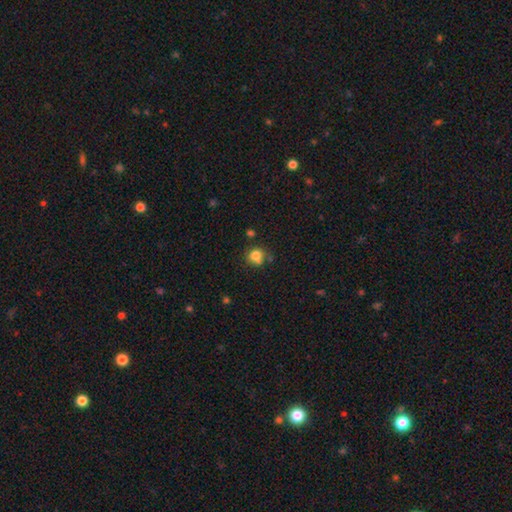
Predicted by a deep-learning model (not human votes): Smooth or featured? Predicted: smooth (p=0.79). How rounded? Predicted: round (p=0.81). Merging? Predicted: none (p=0.62).